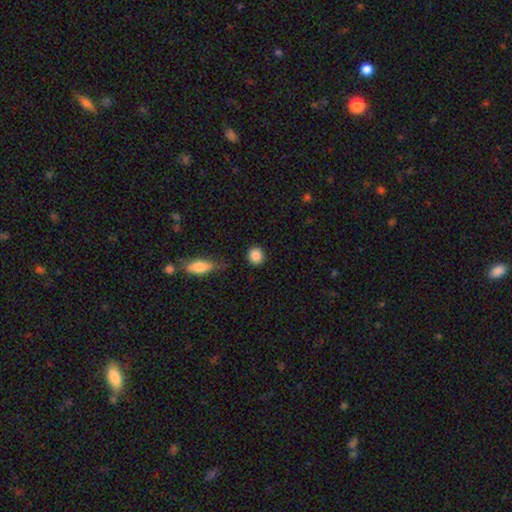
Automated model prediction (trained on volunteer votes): Smooth or featured? smooth (87%)
How rounded? round (83%)
Merging? none (86%)